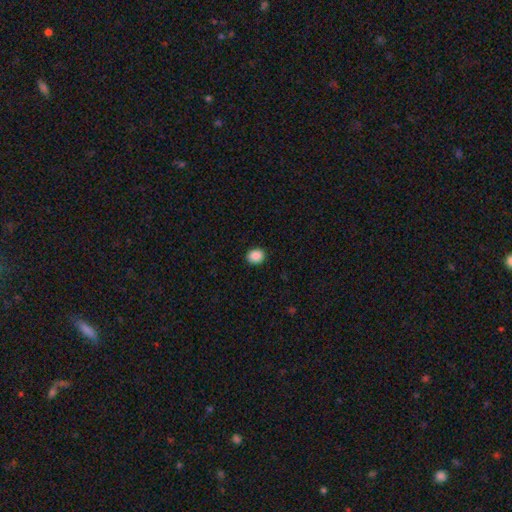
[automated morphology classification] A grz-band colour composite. It shows a smooth galaxy with no disk features (89%) that is round (71%). Merging: none (91%).